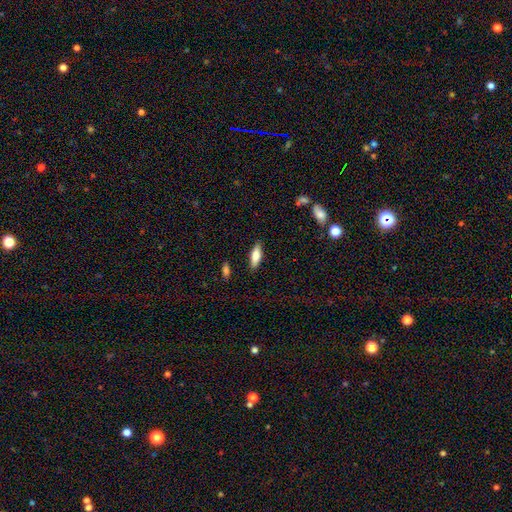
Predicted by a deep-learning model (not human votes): Morphology: type=smooth (77%); roundness=in between (62%); merging=none (87%).